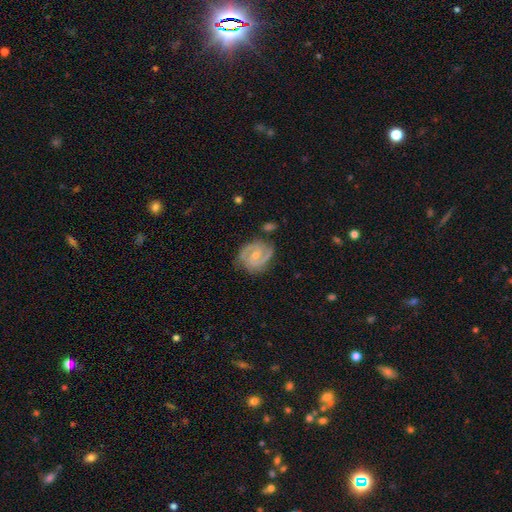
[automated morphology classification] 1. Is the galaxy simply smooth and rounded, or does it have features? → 86% featured or disk, 9% smooth, 5% star or artifact.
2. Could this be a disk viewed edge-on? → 98% no, 2% yes.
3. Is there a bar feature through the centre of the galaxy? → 45% no (tied), 45% weak (tied), 11% strong.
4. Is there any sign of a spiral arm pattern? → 96% yes, 4% no.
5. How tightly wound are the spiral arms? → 51% tight, 42% medium, 8% loose.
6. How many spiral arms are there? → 84% 2, 6% 3, 5% can't tell, 2% 1, 1% 4, 1% more than 4.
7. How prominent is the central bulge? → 50% small, 46% moderate, 2% none, 1% large, 1% dominant.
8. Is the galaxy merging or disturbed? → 73% none, 19% minor disturbance, 5% major disturbance, 3% merger.